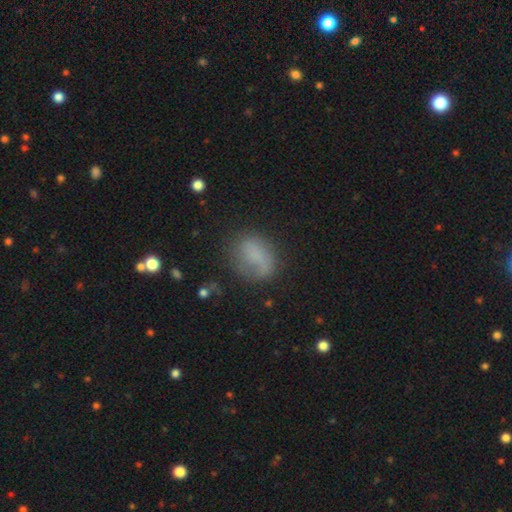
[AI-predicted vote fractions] Overall: smooth (70%). How rounded: in between (66%; round 31%). Merging: none (53%; minor disturbance 27%).